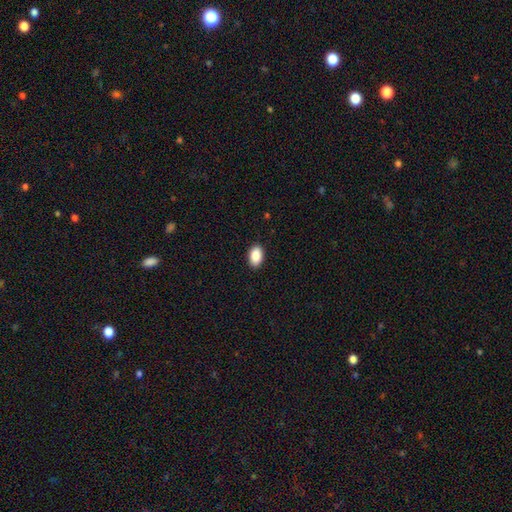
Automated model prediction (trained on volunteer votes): A smooth galaxy with no disk features (89%) that is in between round and cigar-shaped (90%). Merging: none (90%).